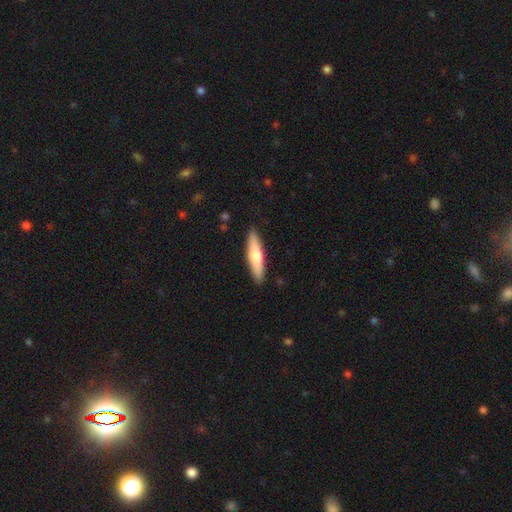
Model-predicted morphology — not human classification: Smooth or featured? smooth (62%)
How rounded? cigar-shaped (79%)
Merging? none (89%)